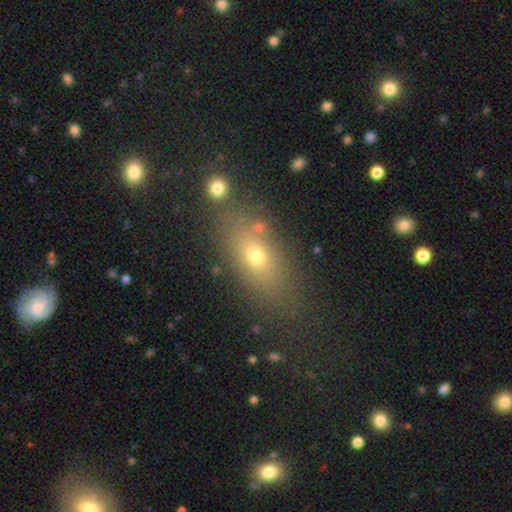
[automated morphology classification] smooth_or_featured: smooth (p=0.67) [alt: featured or disk p=0.18]
how_rounded: in between (p=0.73) [alt: round p=0.14]
merging: none (p=0.73) [alt: minor disturbance p=0.13]